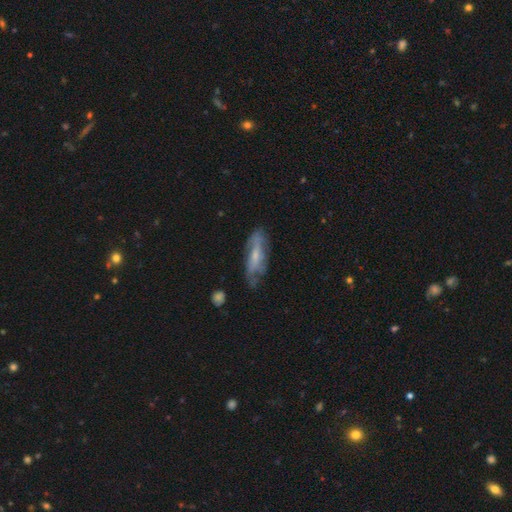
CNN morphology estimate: Smooth or featured? Predicted: featured or disk (p=0.55). Edge-on disk? Predicted: no (p=0.72). Merging? Predicted: none (p=0.60).